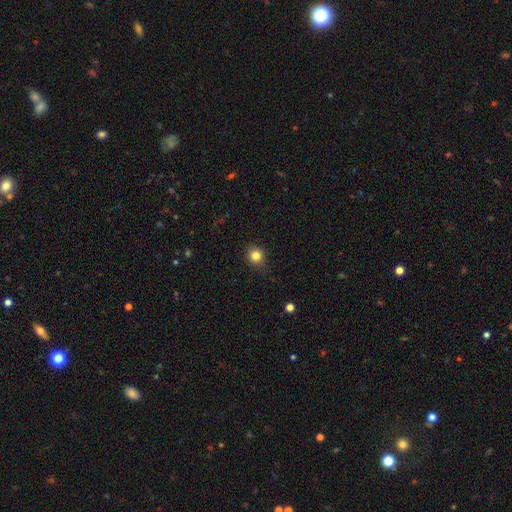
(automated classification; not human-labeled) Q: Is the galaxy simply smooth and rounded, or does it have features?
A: smooth — 83%.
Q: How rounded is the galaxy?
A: round — 87%.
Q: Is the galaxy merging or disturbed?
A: none — 87%.